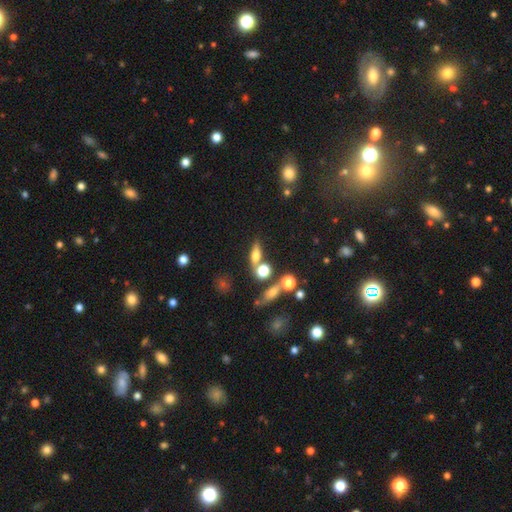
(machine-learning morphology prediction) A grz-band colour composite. It shows a smooth galaxy with no disk features (59%) that is in between round and cigar-shaped (49%). Merging: none (58%).